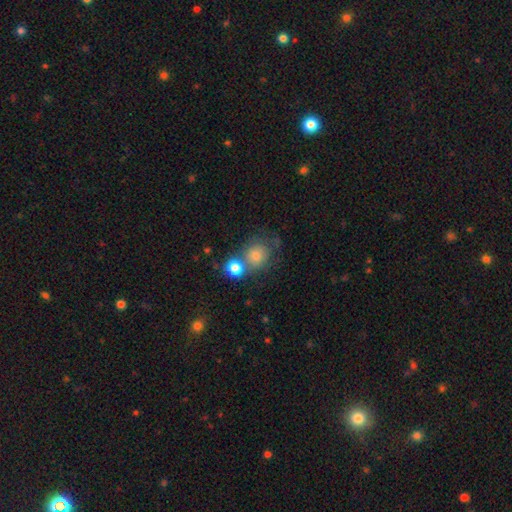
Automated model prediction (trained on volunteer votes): Smooth or featured? Predicted: smooth (p=0.74). How rounded? Predicted: round (p=0.81). Merging? Predicted: none (p=0.53).